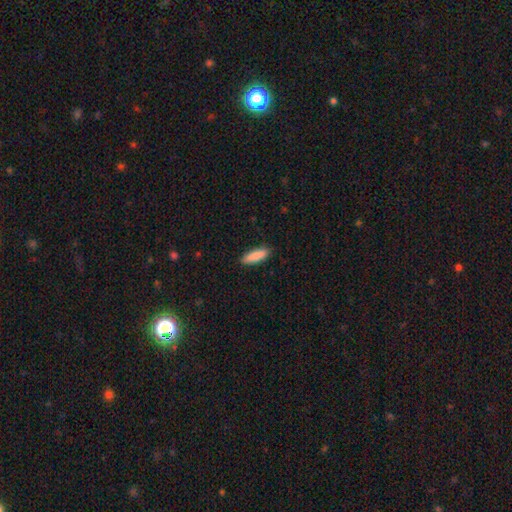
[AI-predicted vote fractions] Smooth or featured?
  - smooth: 88% *
  - featured or disk: 7%
  - star or artifact: 6%
How rounded?
  - cigar-shaped: 59% *
  - in between: 39%
  - round: 1%
Merging?
  - none: 88% *
  - minor disturbance: 9%
  - major disturbance: 2%
  - merger: 1%